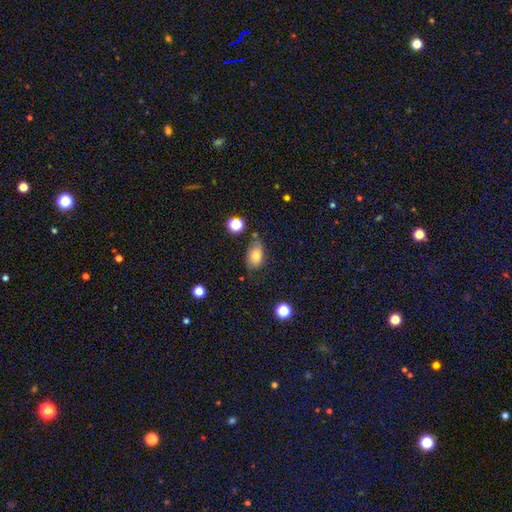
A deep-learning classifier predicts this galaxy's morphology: This is likely a smooth galaxy (74%). How rounded: clearly in between (86%). Merging: likely none (63%).